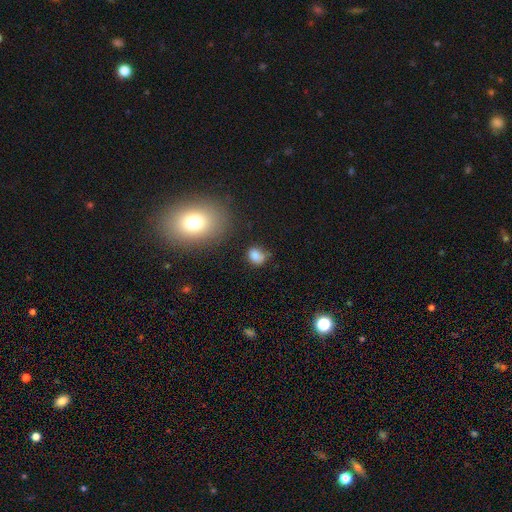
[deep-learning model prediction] This appears to be a smooth galaxy with no disk features (80%) that is in between round and cigar-shaped (51%). Merging: none (55%).